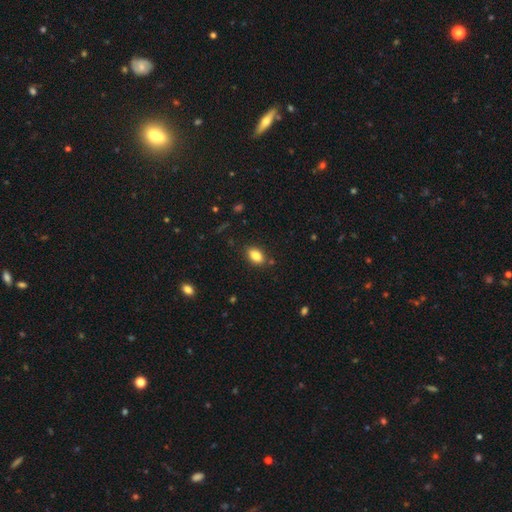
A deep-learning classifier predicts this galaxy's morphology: Q: Smooth or featured?
A: smooth (85%); runner-up: star or artifact (9%)
Q: How rounded?
A: in between (87%); runner-up: round (10%)
Q: Merging?
A: none (84%); runner-up: minor disturbance (11%)